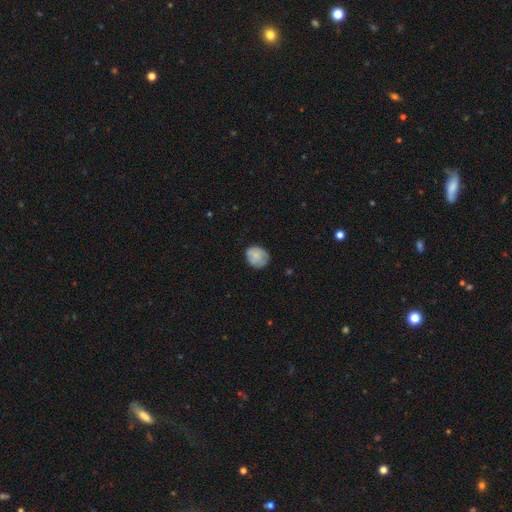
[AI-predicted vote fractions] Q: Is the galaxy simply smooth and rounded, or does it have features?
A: smooth — 78%.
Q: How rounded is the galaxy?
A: round — 67%.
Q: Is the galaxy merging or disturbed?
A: none — 70%.